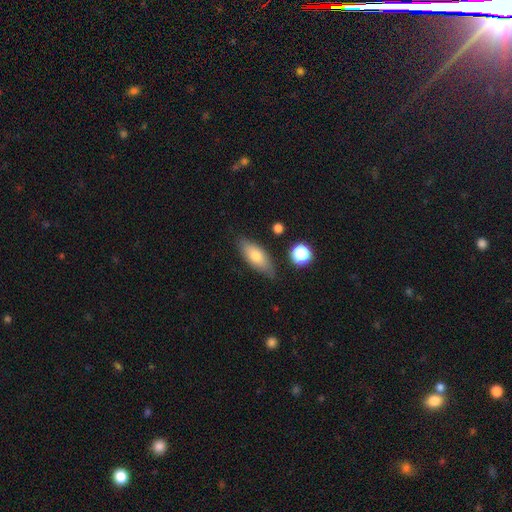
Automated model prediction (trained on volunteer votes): Smooth or featured?
  - smooth: 71% *
  - featured or disk: 22%
  - star or artifact: 7%
How rounded?
  - in between: 77% *
  - cigar-shaped: 19%
  - round: 4%
Merging?
  - none: 75% *
  - minor disturbance: 19%
  - major disturbance: 4%
  - merger: 3%